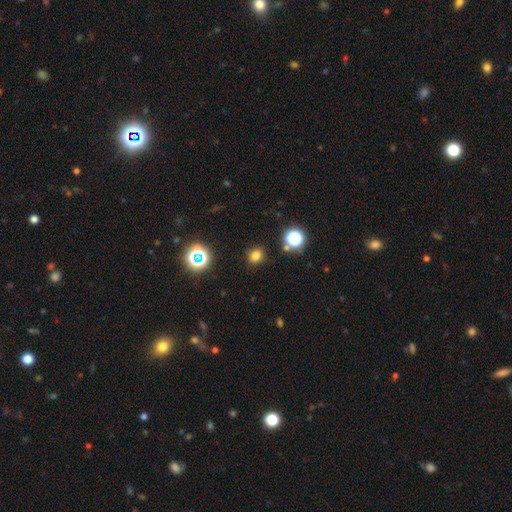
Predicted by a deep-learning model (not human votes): Smooth or featured: smooth — 76% (star or artifact — 19%)
How rounded: round — 81% (in between — 18%)
Merging: none — 88% (minor disturbance — 7%)